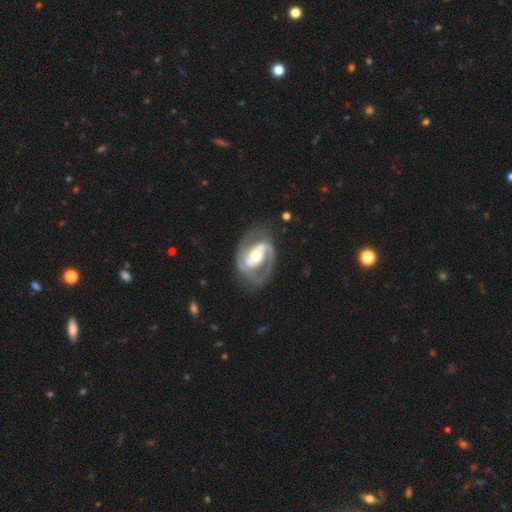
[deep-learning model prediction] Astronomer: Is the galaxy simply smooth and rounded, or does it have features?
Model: featured or disk — 85%.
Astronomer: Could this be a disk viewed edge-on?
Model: no — 97%.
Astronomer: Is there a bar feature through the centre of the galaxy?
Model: strong — 35% (runner-up: weak, 34%).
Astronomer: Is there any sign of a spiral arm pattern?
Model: yes — 88%.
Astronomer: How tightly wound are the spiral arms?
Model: medium — 47% (runner-up: tight, 36%).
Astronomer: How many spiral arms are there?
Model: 2 — 79%.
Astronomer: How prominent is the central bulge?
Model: moderate — 67%.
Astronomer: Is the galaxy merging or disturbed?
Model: none — 66%.